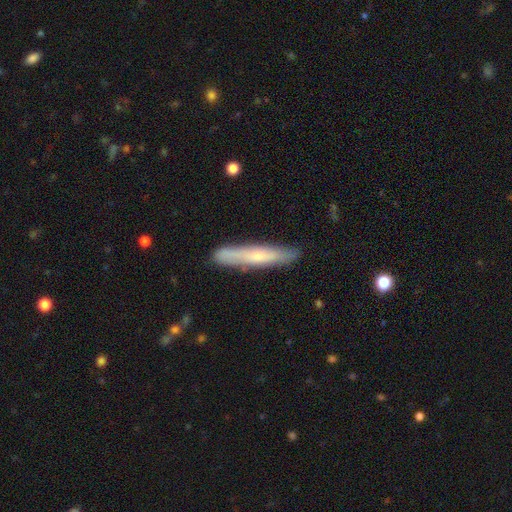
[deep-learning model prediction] This is possibly a smooth galaxy (51%). How rounded: clearly cigar-shaped (92%). Merging: clearly none (84%).